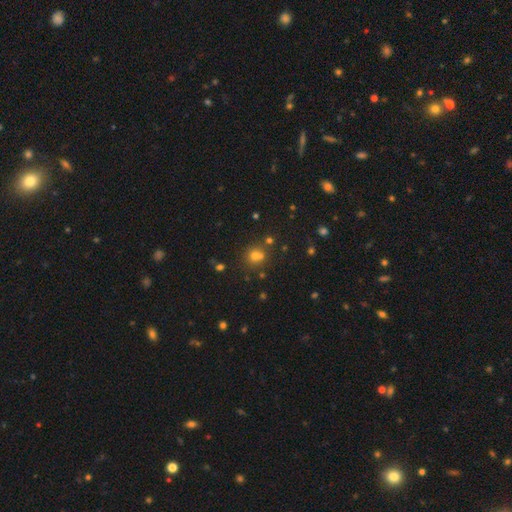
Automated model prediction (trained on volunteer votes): smooth_or_featured: smooth (p=0.62) [alt: star or artifact p=0.26]
how_rounded: round (p=0.82) [alt: in between p=0.17]
merging: none (p=0.55) [alt: merger p=0.32]